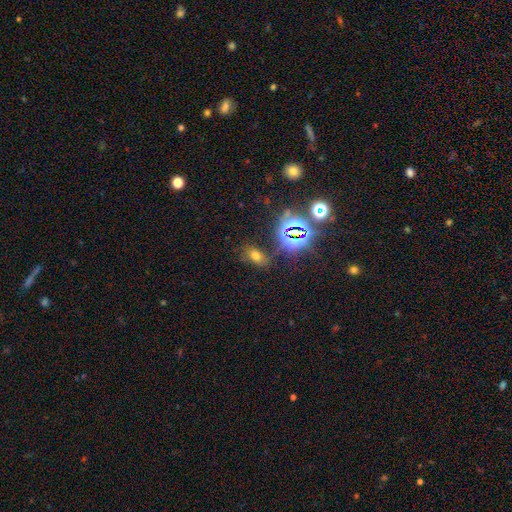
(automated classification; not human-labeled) Overall: smooth (53%; star or artifact 37%). How rounded: in between (84%). Merging: none (73%).